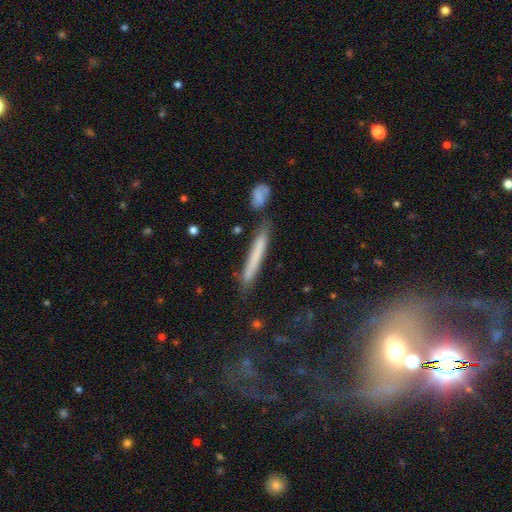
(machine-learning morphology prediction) smooth-or-featured: smooth: 61% | featured or disk: 30% | star or artifact: 9%
  how-rounded: cigar-shaped: 96% | in between: 3% | round: 1%
  merging: none: 75% | minor disturbance: 14% | merger: 8% | major disturbance: 4%